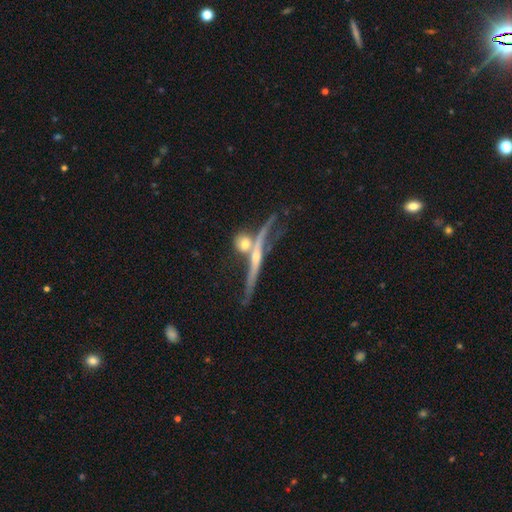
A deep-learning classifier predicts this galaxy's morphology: type=featured or disk (75%); edge-on=yes (88%); edge-on bulge=rounded (69%); merging=none (53%).